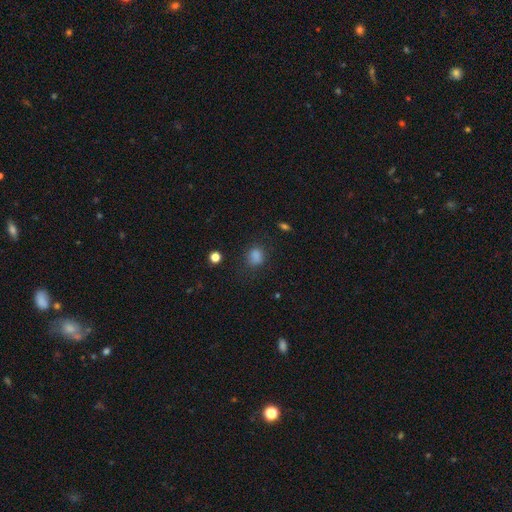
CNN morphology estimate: Overall: smooth (76%). How rounded: round (61%; in between 37%). Merging: none (74%).